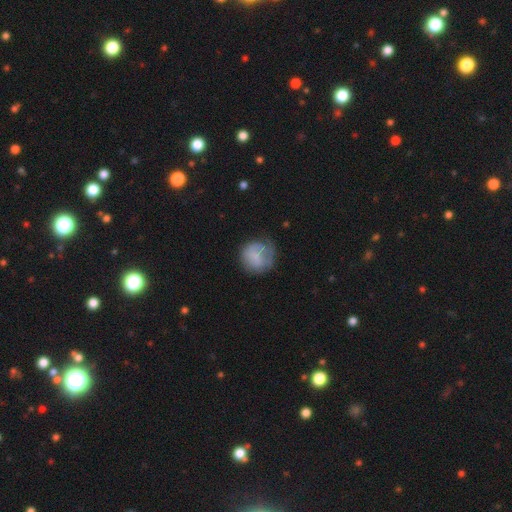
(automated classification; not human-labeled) Smooth or featured: smooth — 67% (featured or disk — 25%)
How rounded: round — 85% (in between — 15%)
Merging: none — 48% (minor disturbance — 28%)